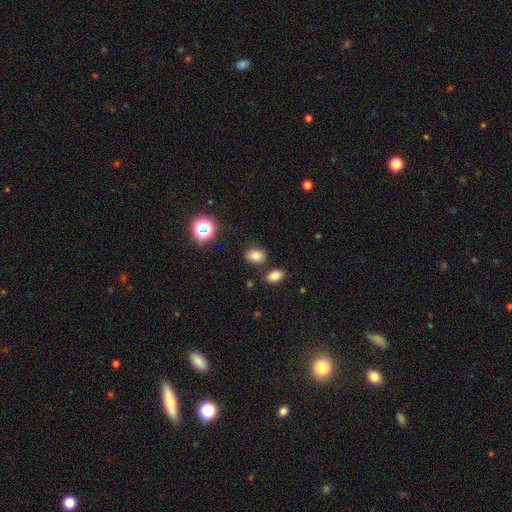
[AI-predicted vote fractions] This is likely a smooth galaxy (79%). How rounded: possibly in between (53%). Merging: likely none (79%).